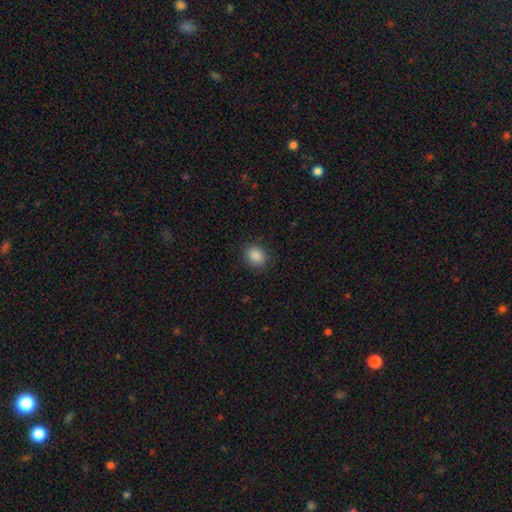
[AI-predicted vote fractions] A smooth galaxy with no disk features (88%) that is round (53%).

Vote fractions:
- Smooth or featured? smooth: 88% / star or artifact: 9% / featured or disk: 3%
- How rounded? round: 53% / in between: 46% / cigar-shaped: 1%
- Merging? none: 87% / minor disturbance: 9% / major disturbance: 3% / merger: 1%